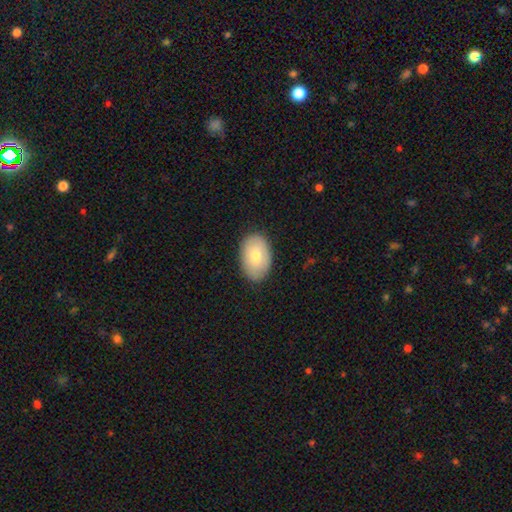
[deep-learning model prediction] Q: Smooth or featured?
A: smooth (73%); runner-up: featured or disk (21%)
Q: How rounded?
A: in between (89%); runner-up: round (9%)
Q: Merging?
A: none (86%); runner-up: minor disturbance (11%)